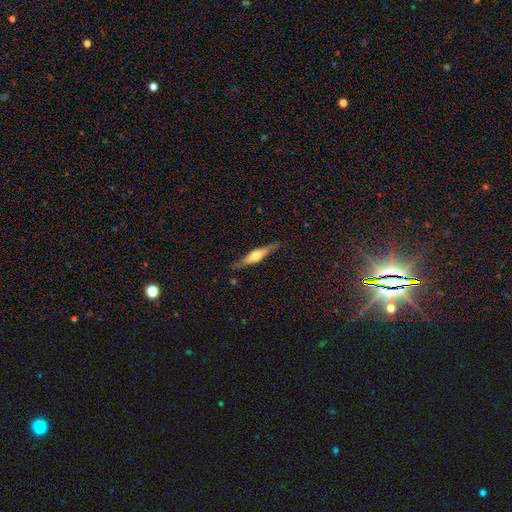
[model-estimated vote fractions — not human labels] This is possibly a featured or disk galaxy (56%). It is clearly viewed edge-on (89%). Merging: likely none (77%).